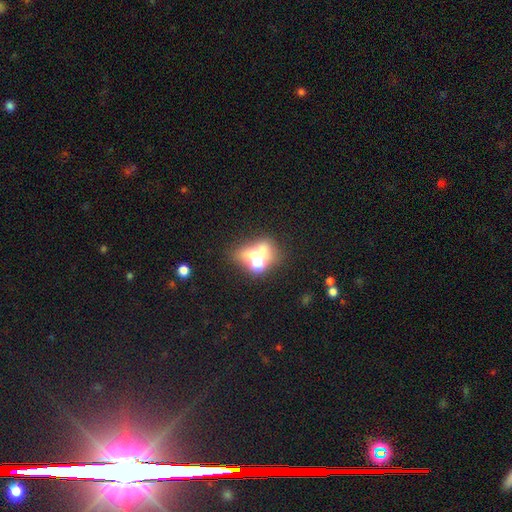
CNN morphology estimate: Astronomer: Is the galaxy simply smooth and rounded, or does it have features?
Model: smooth — 52% (runner-up: featured or disk, 35%).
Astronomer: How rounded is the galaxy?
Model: in between — 57% (runner-up: round, 40%).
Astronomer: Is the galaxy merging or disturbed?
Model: merger — 62%.